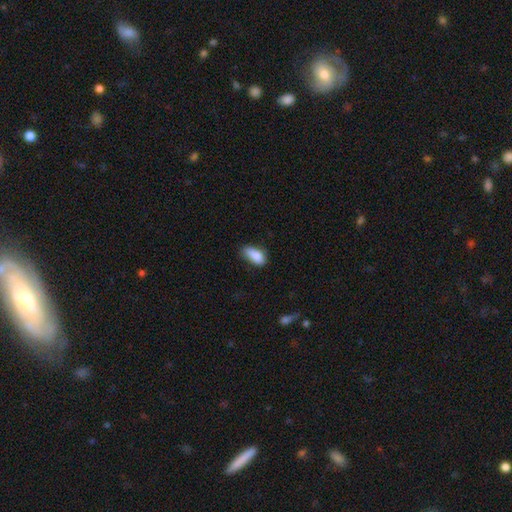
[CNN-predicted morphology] Smooth or featured? Predicted: smooth (p=0.86). How rounded? Predicted: in between (p=0.88). Merging? Predicted: none (p=0.53).